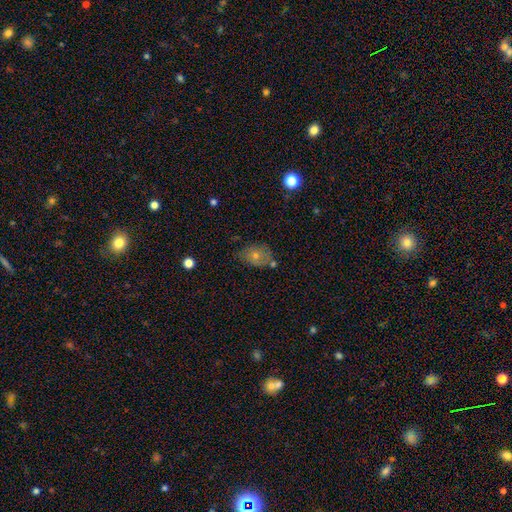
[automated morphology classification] This appears to be a smooth galaxy with no disk features (54%) that is in between round and cigar-shaped (60%). Merging: none (64%).